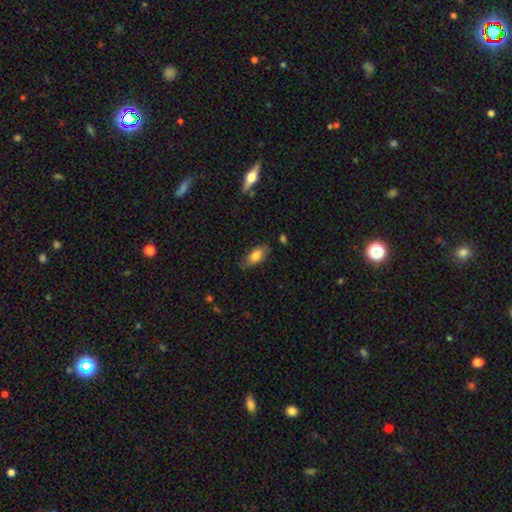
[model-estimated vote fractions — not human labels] Smooth or featured: smooth — 77% (featured or disk — 16%)
How rounded: in between — 86% (cigar-shaped — 11%)
Merging: none — 72% (minor disturbance — 21%)